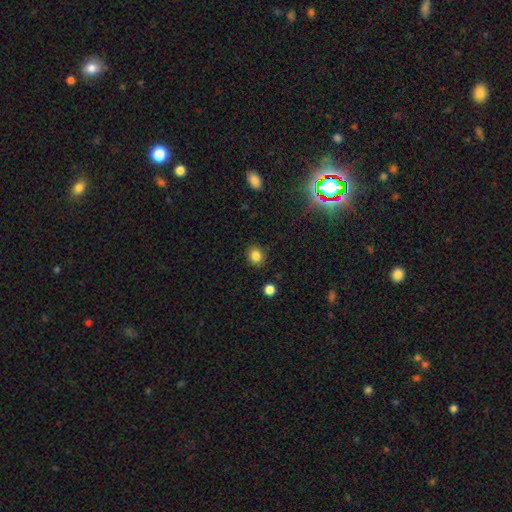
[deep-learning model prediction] This is clearly a smooth galaxy (84%). How rounded: likely round (73%). Merging: clearly none (88%).